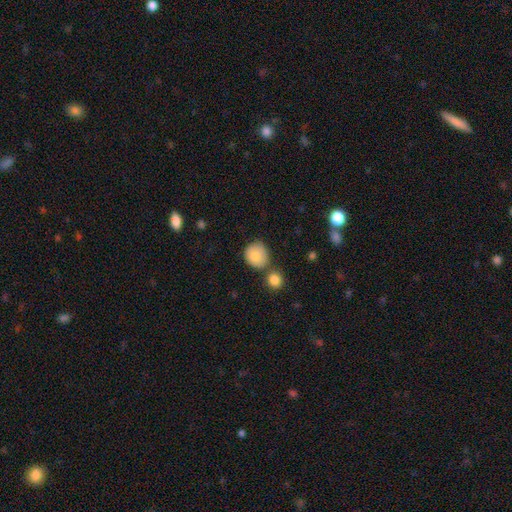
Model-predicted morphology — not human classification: type=smooth (83%); roundness=round (81%); merging=none (63%).